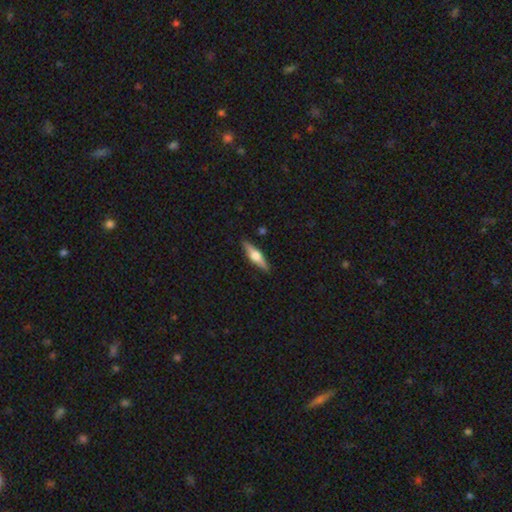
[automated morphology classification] smooth-or-featured: featured or disk: 63% | smooth: 31% | star or artifact: 6%
  disk-edge-on: yes: 96% | no: 4%
    edge-on-bulge: rounded: 92% | boxy: 6% | none: 2%
  merging: none: 89% | minor disturbance: 8% | major disturbance: 2% | merger: 1%